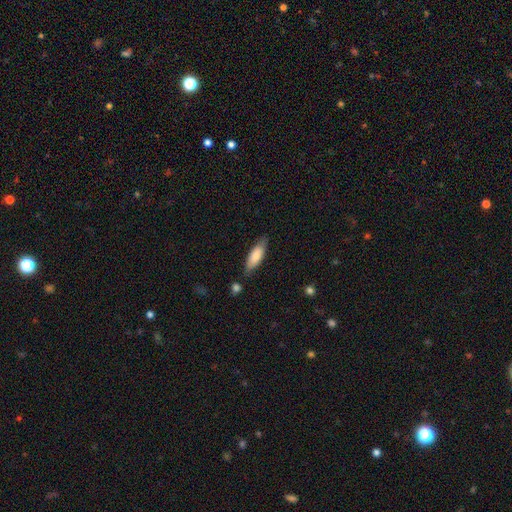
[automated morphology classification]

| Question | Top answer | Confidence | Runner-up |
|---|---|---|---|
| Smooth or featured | smooth | 79% | featured or disk (16%) |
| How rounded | in between | 57% | cigar-shaped (42%) |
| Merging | none | 76% | minor disturbance (17%) |